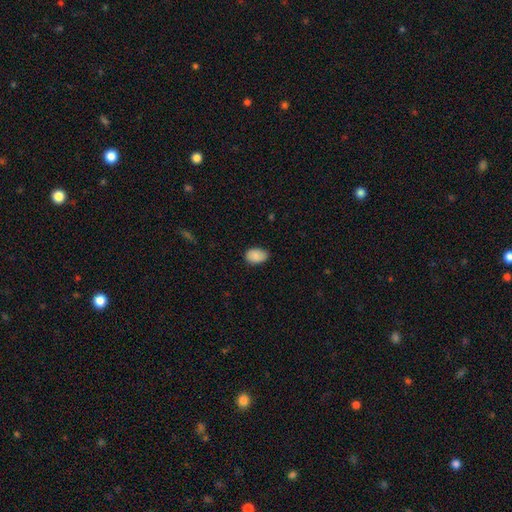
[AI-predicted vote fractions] A smooth galaxy with no disk features (89%) that is in between round and cigar-shaped (87%).

Vote fractions:
- Smooth or featured? smooth: 89% / star or artifact: 7% / featured or disk: 5%
- How rounded? in between: 87% / round: 12% / cigar-shaped: 1%
- Merging? none: 77% / minor disturbance: 19% / major disturbance: 3% / merger: 1%